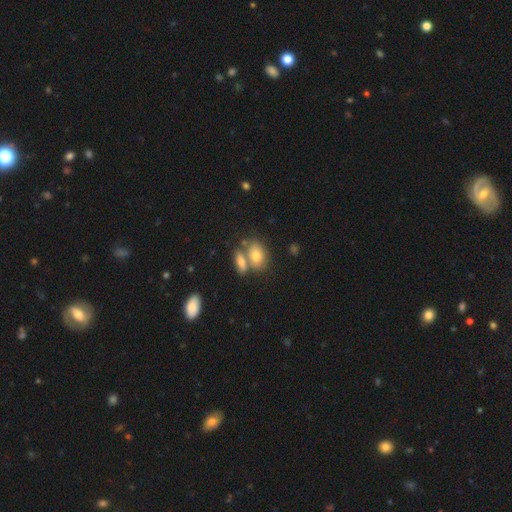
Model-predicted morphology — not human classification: smooth-or-featured: smooth: 77% | featured or disk: 14% | star or artifact: 9%
  how-rounded: in between: 83% | round: 13% | cigar-shaped: 4%
  merging: none: 47% | merger: 39% | minor disturbance: 11% | major disturbance: 4%